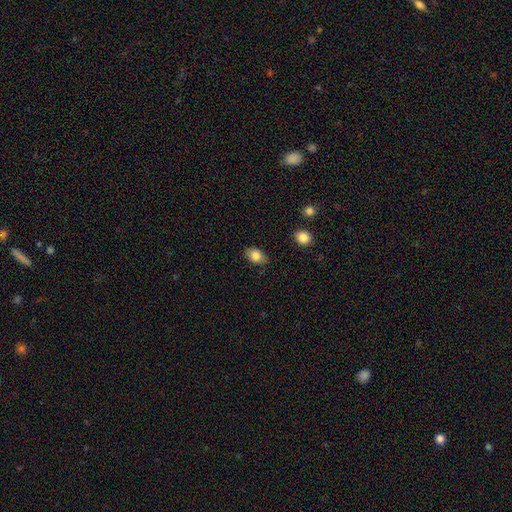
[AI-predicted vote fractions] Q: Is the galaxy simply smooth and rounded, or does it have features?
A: smooth — 82%.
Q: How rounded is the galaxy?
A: in between — 83%.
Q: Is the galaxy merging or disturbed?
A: none — 82%.